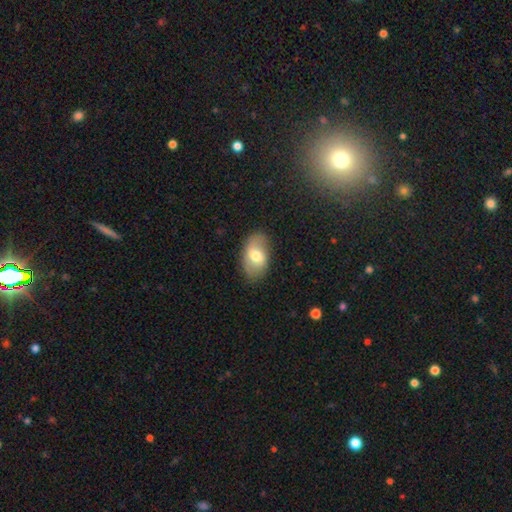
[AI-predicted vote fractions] This appears to be a smooth galaxy with no disk features (62%) that is in between round and cigar-shaped (91%). Merging: none (79%).